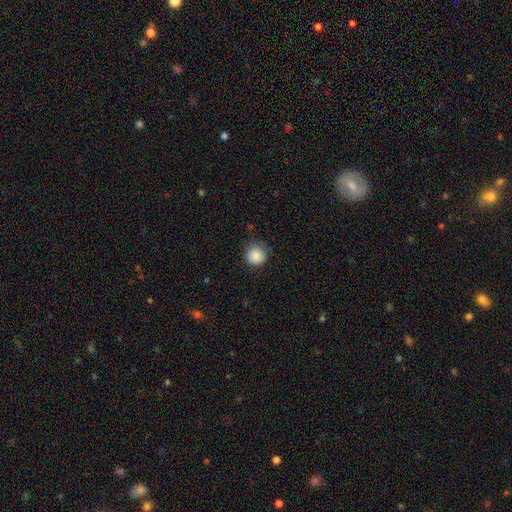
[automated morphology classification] Smooth or featured? Predicted: smooth (p=0.87). How rounded? Predicted: round (p=0.93). Merging? Predicted: none (p=0.80).